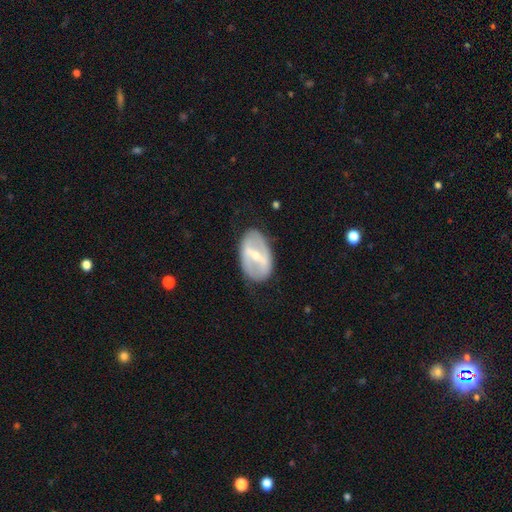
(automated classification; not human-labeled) smooth-or-featured: featured or disk: 72% | smooth: 23% | star or artifact: 5%
  disk-edge-on: no: 92% | yes: 8%
    bar: strong: 69% | weak: 23% | no: 8%
    has-spiral-arms: no: 64% | yes: 36%
    bulge-size: small: 60% | moderate: 36% | none: 2% | large: 1% | dominant: 1%
  merging: none: 79% | minor disturbance: 14% | major disturbance: 5% | merger: 1%